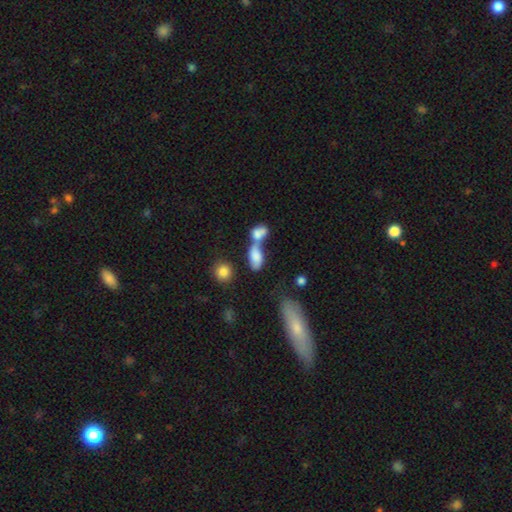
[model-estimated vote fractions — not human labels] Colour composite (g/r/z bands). It shows a smooth galaxy with no disk features (73%) that is in between round and cigar-shaped (84%). Merging: merger (67%).